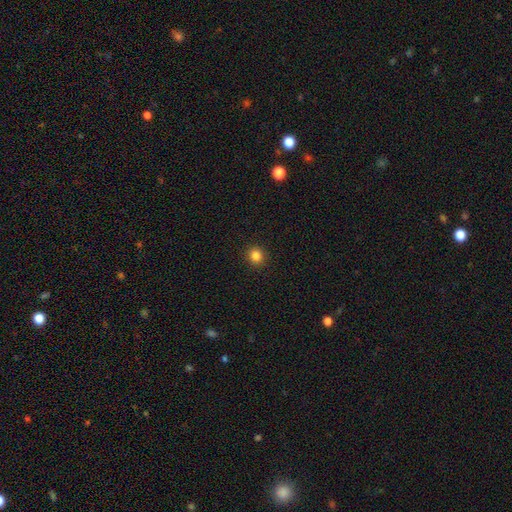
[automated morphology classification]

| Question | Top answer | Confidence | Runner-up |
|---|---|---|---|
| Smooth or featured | smooth | 84% | star or artifact (12%) |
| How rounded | round | 88% | in between (11%) |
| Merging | none | 92% | minor disturbance (5%) |